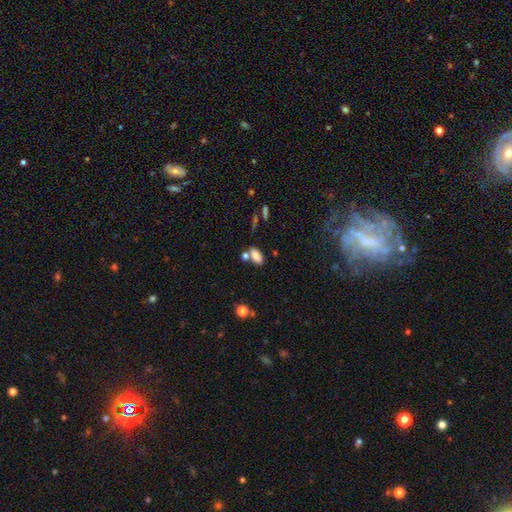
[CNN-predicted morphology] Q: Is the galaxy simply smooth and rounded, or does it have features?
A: smooth — 80%.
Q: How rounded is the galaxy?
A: in between — 88%.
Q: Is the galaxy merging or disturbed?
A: none — 56%.